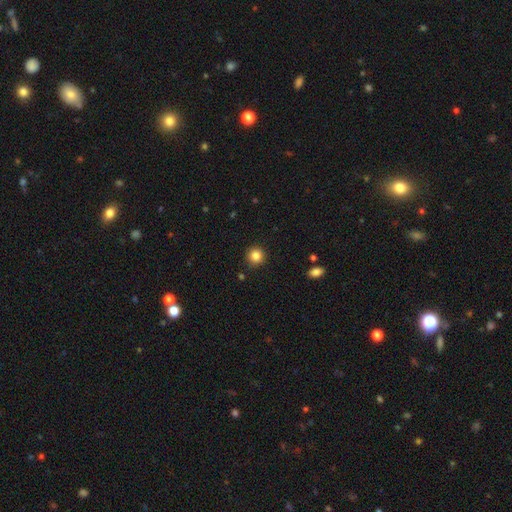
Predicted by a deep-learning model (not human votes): smooth 85%, star or artifact 11%, featured or disk 5%. Down the decision tree: how rounded — round (94%); merging — none (90%).